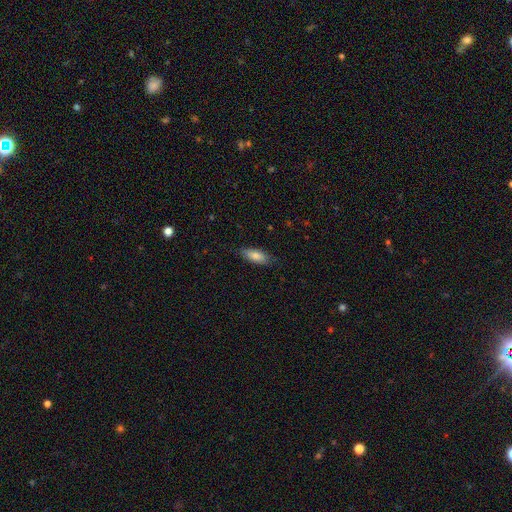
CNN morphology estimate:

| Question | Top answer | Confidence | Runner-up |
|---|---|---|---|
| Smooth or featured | smooth | 81% | featured or disk (13%) |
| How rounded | in between | 74% | cigar-shaped (25%) |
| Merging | none | 80% | minor disturbance (16%) |